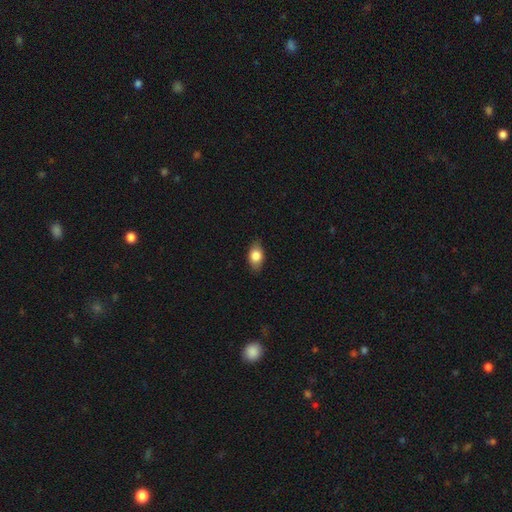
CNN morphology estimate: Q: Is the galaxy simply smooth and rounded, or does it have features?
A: smooth — 79%.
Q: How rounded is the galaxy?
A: in between — 86%.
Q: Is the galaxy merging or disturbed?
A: none — 84%.